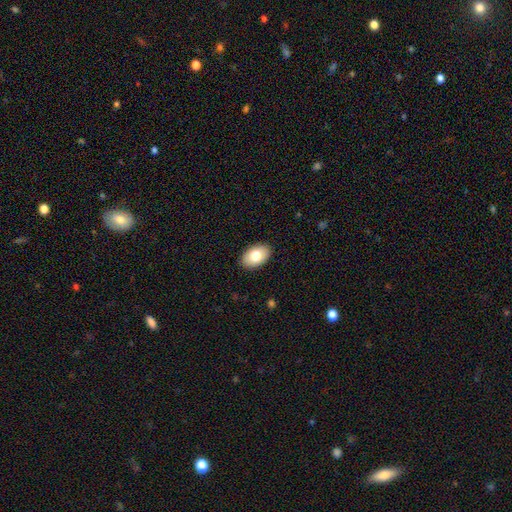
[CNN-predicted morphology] Smooth or featured?
  - smooth: 79% *
  - featured or disk: 15%
  - star or artifact: 7%
How rounded?
  - in between: 91% *
  - round: 8%
  - cigar-shaped: 1%
Merging?
  - none: 90% *
  - minor disturbance: 8%
  - major disturbance: 2%
  - merger: 1%